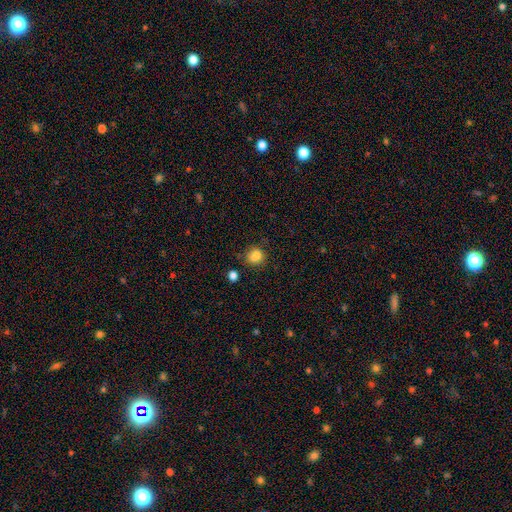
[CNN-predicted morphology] smooth 82%, star or artifact 12%, featured or disk 7%. Down the decision tree: how rounded — round (73%); merging — none (66%).